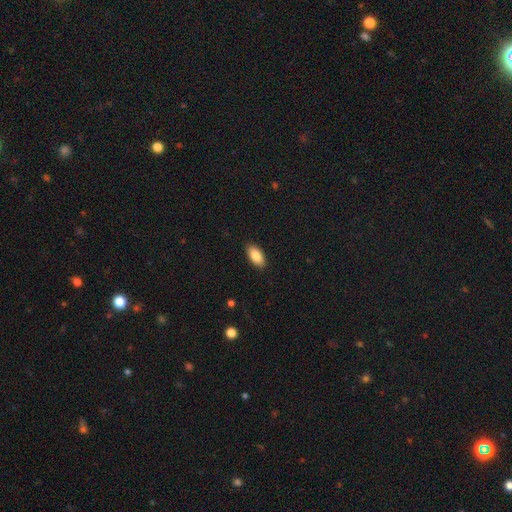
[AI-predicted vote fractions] smooth-or-featured: smooth: 87% | star or artifact: 7% | featured or disk: 7%
  how-rounded: in between: 92% | cigar-shaped: 6% | round: 2%
  merging: none: 89% | minor disturbance: 8% | major disturbance: 2% | merger: 1%